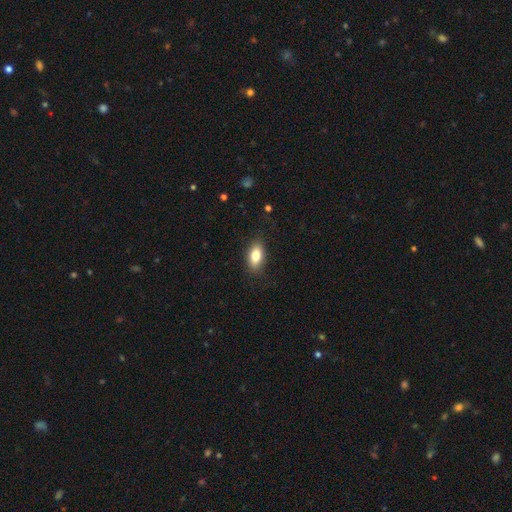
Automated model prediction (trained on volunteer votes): smooth_or_featured: smooth (p=0.80) [alt: featured or disk p=0.12]
how_rounded: in between (p=0.88) [alt: cigar-shaped p=0.06]
merging: none (p=0.84) [alt: minor disturbance p=0.12]